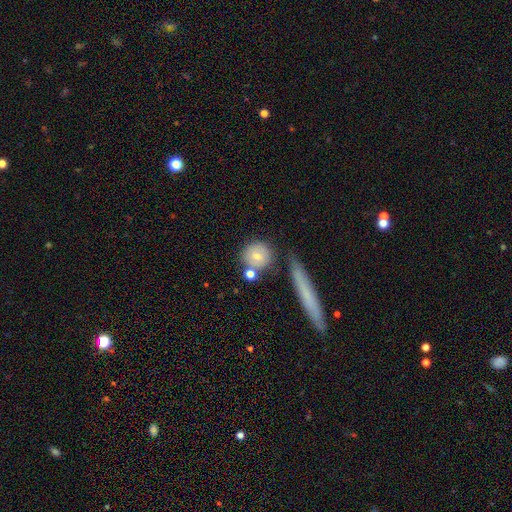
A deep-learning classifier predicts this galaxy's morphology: A smooth galaxy with no disk features (72%) that is round (90%). Merging: none (66%).